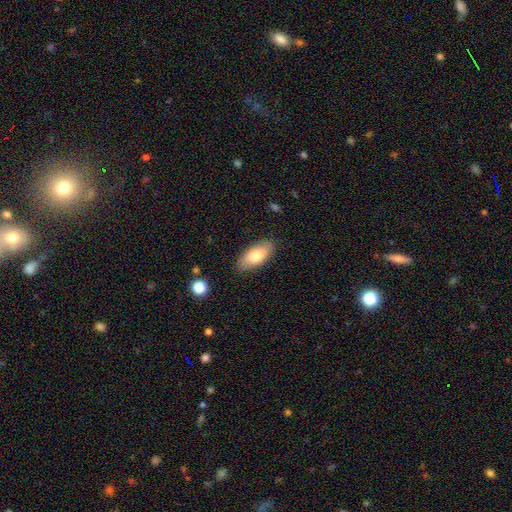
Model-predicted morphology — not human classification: Smooth or featured?
  - smooth: 75% *
  - featured or disk: 19%
  - star or artifact: 6%
How rounded?
  - in between: 90% *
  - cigar-shaped: 8%
  - round: 3%
Merging?
  - none: 85% *
  - minor disturbance: 12%
  - major disturbance: 2%
  - merger: 1%